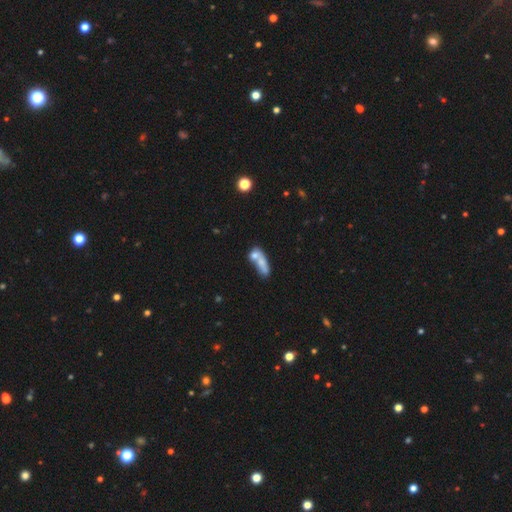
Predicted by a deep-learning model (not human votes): This appears to be a smooth galaxy with no disk features (67%) that is in between round and cigar-shaped (59%). Merging: merger (58%).